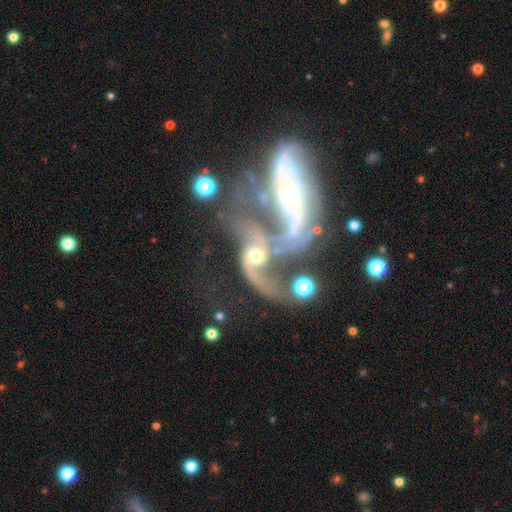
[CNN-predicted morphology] Overall: featured or disk (80%). Edge-on disk: no (97%). Bar: no (61%; weak 29%). Spiral arms: yes (88%). Spiral arm count: 2 (67%). Spiral winding: loose (67%). Bulge size: moderate (63%). Merging: merger (74%).